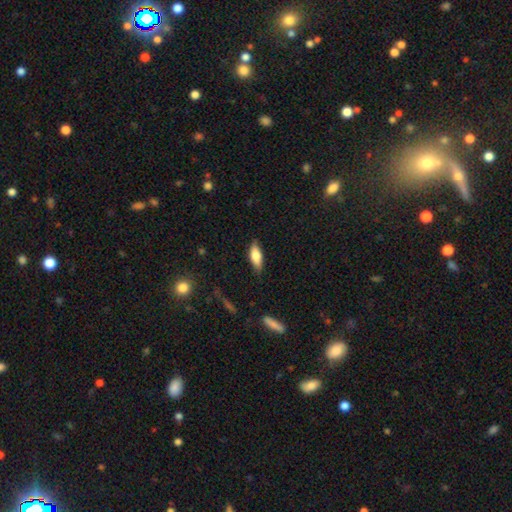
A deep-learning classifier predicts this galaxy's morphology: smooth 72%, featured or disk 22%, star or artifact 6%. Down the decision tree: how rounded — in between (68%); merging — none (82%).